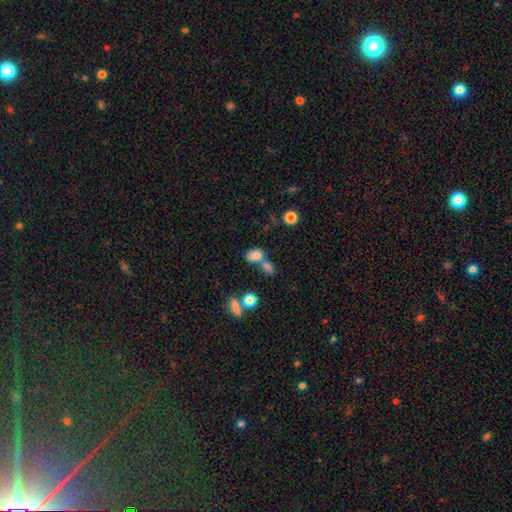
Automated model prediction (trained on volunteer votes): Overall: smooth (79%). How rounded: in between (80%). Merging: merger (48%; none 35%).